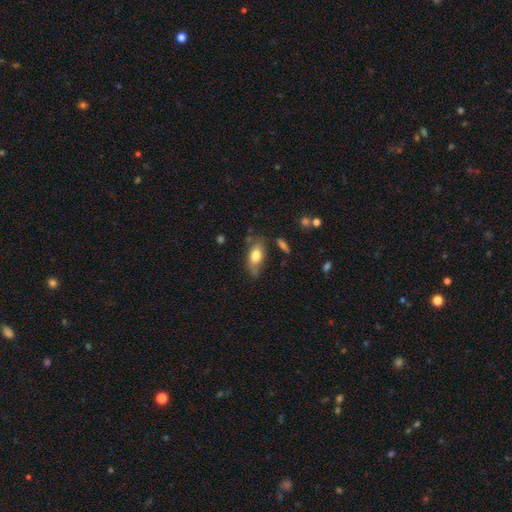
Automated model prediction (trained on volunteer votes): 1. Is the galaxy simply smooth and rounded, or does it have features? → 75% smooth, 19% featured or disk, 7% star or artifact.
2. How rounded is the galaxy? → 86% in between, 10% cigar-shaped, 4% round.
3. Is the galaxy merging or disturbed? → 66% none, 23% minor disturbance, 6% major disturbance, 4% merger.